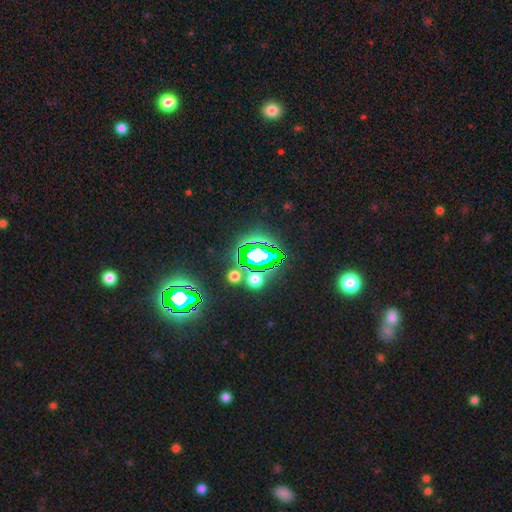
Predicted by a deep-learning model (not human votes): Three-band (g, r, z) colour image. It shows a star or artifact, not a galaxy (66%).